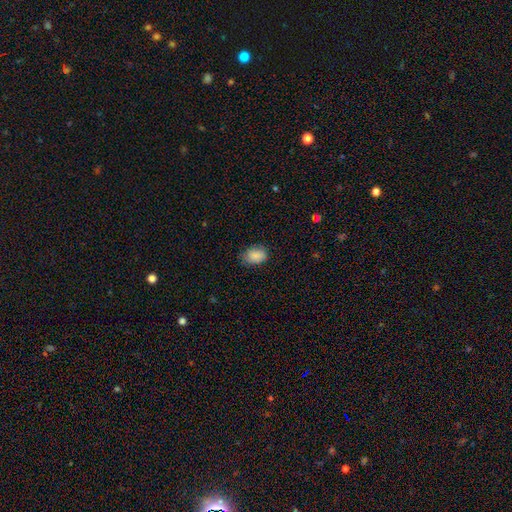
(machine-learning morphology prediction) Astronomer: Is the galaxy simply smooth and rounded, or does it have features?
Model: smooth — 87%.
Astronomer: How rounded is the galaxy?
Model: in between — 81%.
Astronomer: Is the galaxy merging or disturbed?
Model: none — 71%.